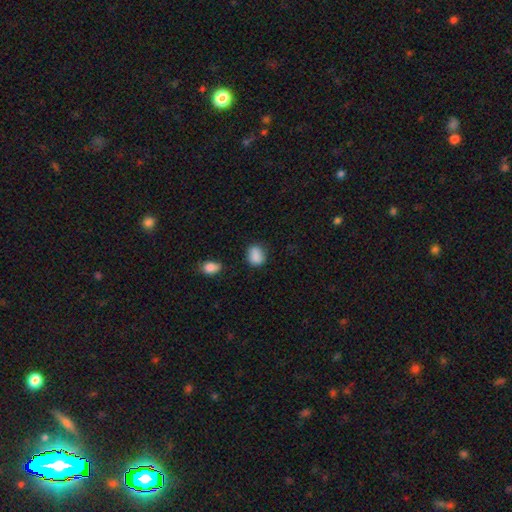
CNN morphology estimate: Q: Smooth or featured?
A: smooth (86%); runner-up: star or artifact (9%)
Q: How rounded?
A: in between (53%); runner-up: round (45%)
Q: Merging?
A: none (72%); runner-up: minor disturbance (19%)